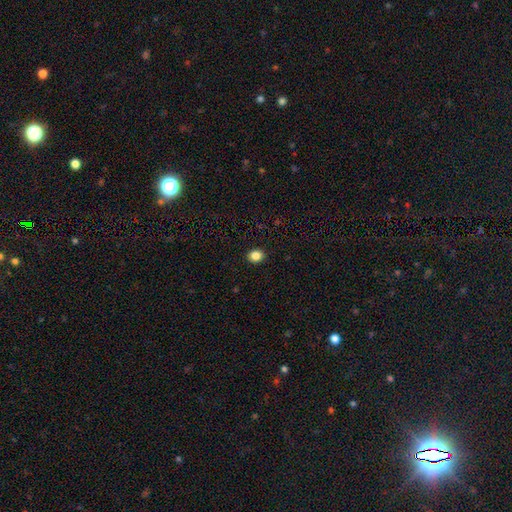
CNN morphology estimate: A smooth galaxy with no disk features (85%) that is round (72%).

Vote fractions:
- Smooth or featured? smooth: 85% / star or artifact: 11% / featured or disk: 4%
- How rounded? round: 72% / in between: 27% / cigar-shaped: 1%
- Merging? none: 92% / minor disturbance: 5% / major disturbance: 2% / merger: 1%